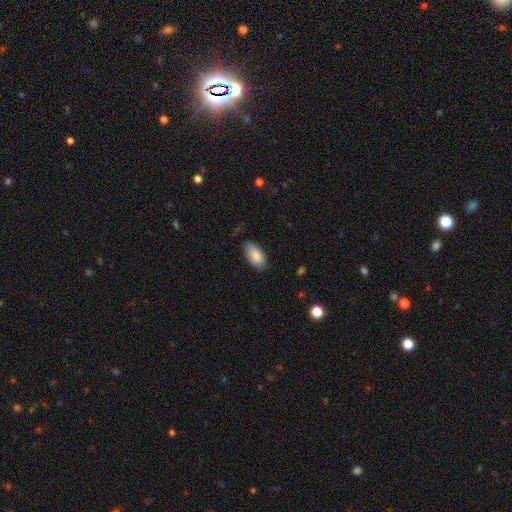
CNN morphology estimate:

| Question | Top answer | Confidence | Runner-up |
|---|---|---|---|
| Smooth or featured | smooth | 86% | featured or disk (7%) |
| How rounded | in between | 94% | cigar-shaped (3%) |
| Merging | none | 78% | minor disturbance (18%) |